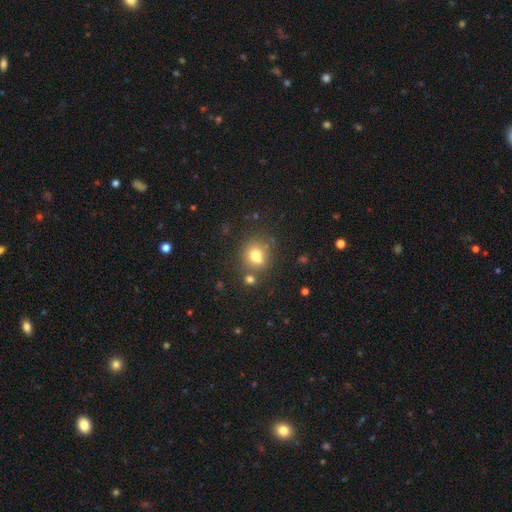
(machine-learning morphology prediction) Smooth or featured? Predicted: smooth (p=0.73). How rounded? Predicted: round (p=0.73). Merging? Predicted: none (p=0.60).